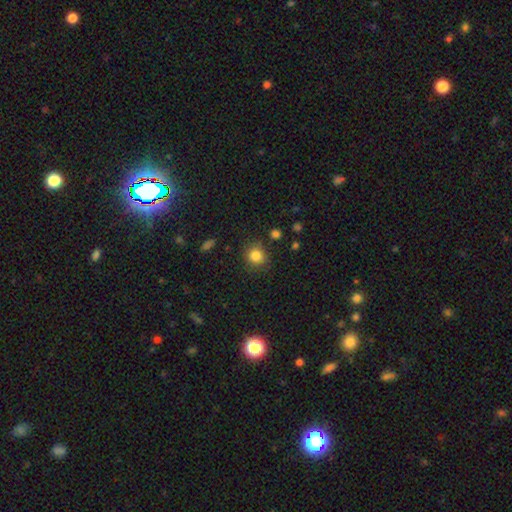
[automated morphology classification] This is clearly a smooth galaxy (84%). How rounded: clearly round (84%). Merging: clearly none (82%).